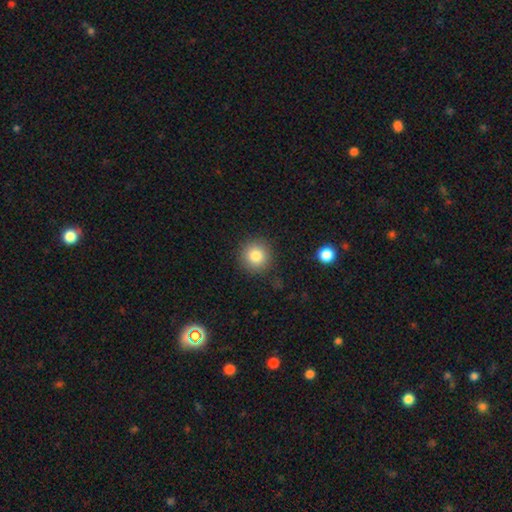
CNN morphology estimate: A smooth galaxy with no disk features (82%) that is round (93%). Merging: none (88%).